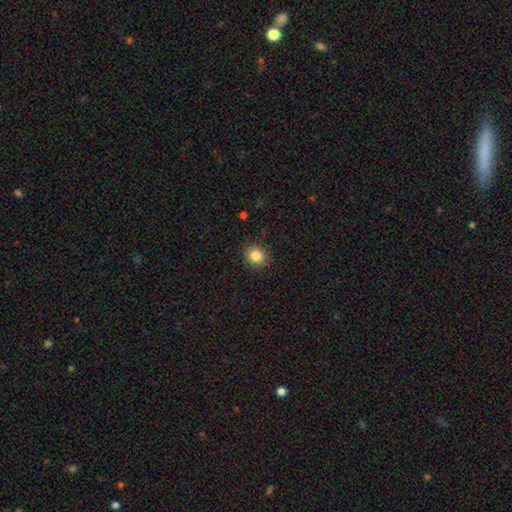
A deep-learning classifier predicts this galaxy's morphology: smooth 83%, star or artifact 11%, featured or disk 6%. Down the decision tree: how rounded — round (82%); merging — none (89%).